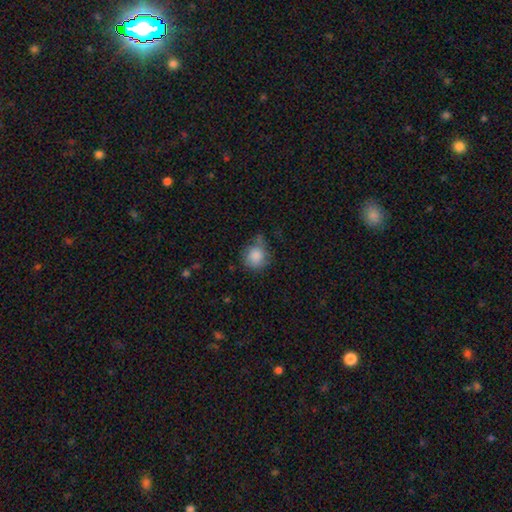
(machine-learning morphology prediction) Smooth or featured? smooth (83%)
How rounded? round (79%)
Merging? none (51%)